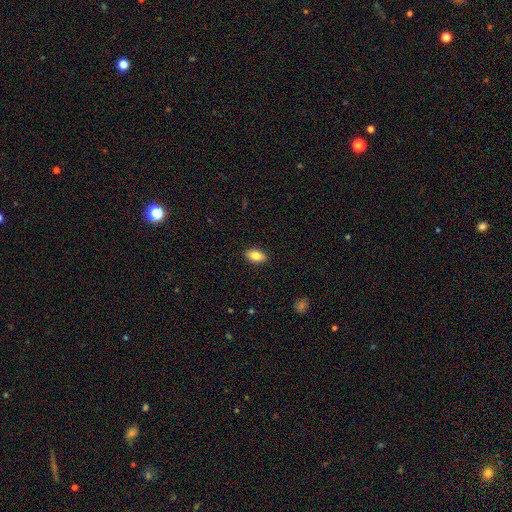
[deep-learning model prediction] Smooth or featured: smooth — 82% (featured or disk — 10%)
How rounded: in between — 90% (round — 8%)
Merging: none — 90% (minor disturbance — 8%)